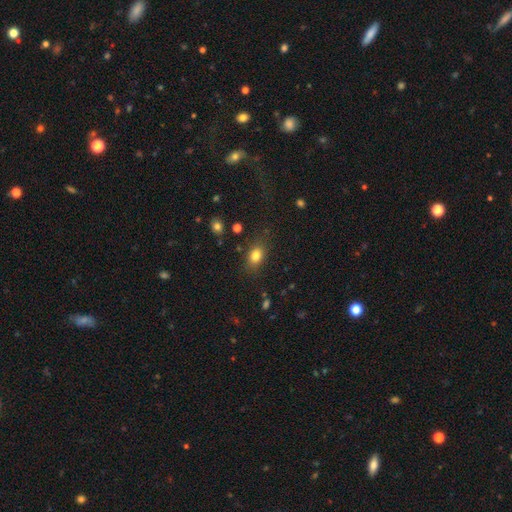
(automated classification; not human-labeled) Smooth or featured?
  - smooth: 81% *
  - star or artifact: 11%
  - featured or disk: 8%
How rounded?
  - in between: 73% *
  - round: 25%
  - cigar-shaped: 2%
Merging?
  - none: 79% *
  - minor disturbance: 14%
  - major disturbance: 5%
  - merger: 2%